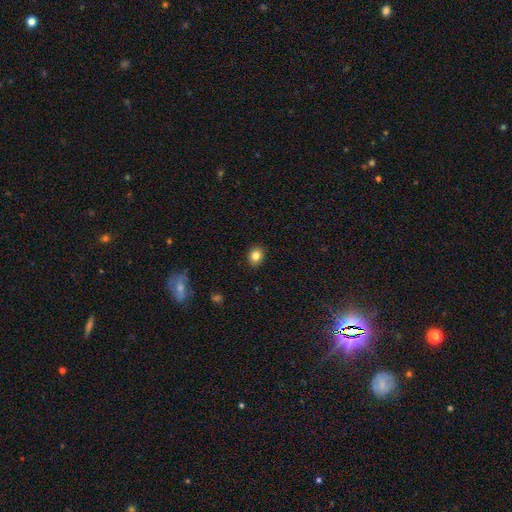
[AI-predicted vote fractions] Smooth or featured: smooth — 83% (star or artifact — 11%)
How rounded: round — 60% (in between — 39%)
Merging: none — 90% (minor disturbance — 7%)